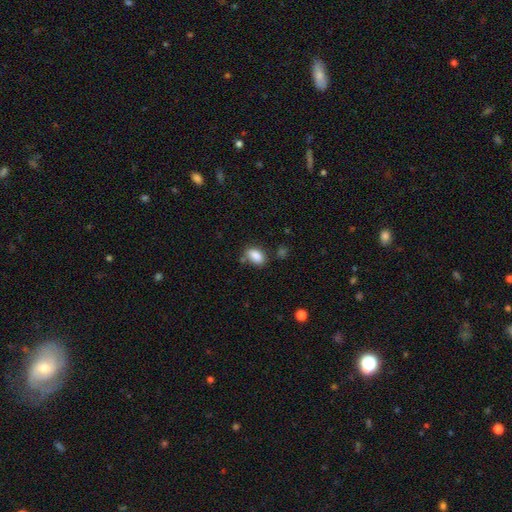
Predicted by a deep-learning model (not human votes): smooth-or-featured: smooth: 87% | star or artifact: 8% | featured or disk: 5%
  how-rounded: in between: 89% | round: 9% | cigar-shaped: 3%
  merging: none: 73% | minor disturbance: 17% | merger: 7% | major disturbance: 4%